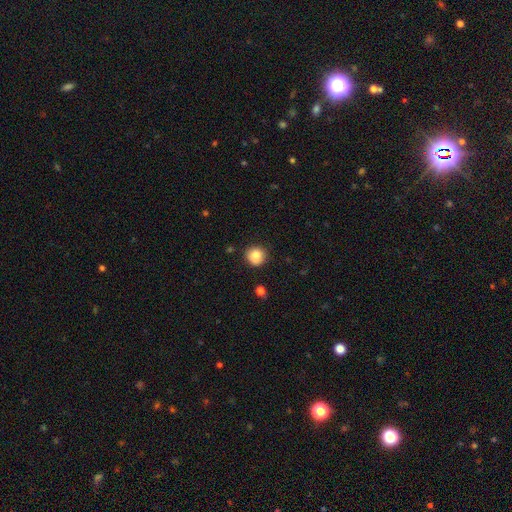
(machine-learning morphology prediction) Smooth or featured: smooth — 77% (featured or disk — 13%)
How rounded: round — 89% (in between — 10%)
Merging: none — 69% (minor disturbance — 18%)